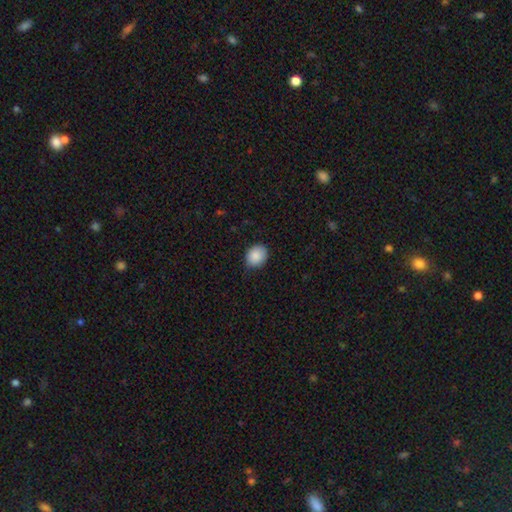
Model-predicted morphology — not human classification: A smooth galaxy with no disk features (88%) that is round (60%).

Vote fractions:
- Smooth or featured? smooth: 88% / star or artifact: 8% / featured or disk: 4%
- How rounded? round: 60% / in between: 39% / cigar-shaped: 1%
- Merging? none: 80% / minor disturbance: 16% / major disturbance: 3% / merger: 1%